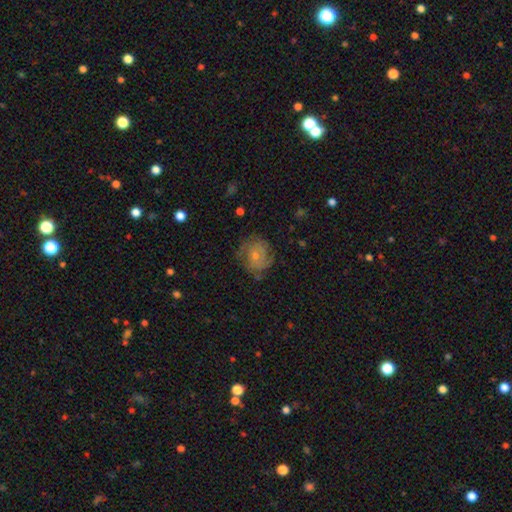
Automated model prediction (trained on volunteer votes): This is possibly a featured or disk galaxy (60%). It is clearly not viewed edge-on (97%). Bar: likely no (79%). Spiral arm pattern: clearly yes (85%). Central bulge: likely small (61%). Merging: likely none (72%).